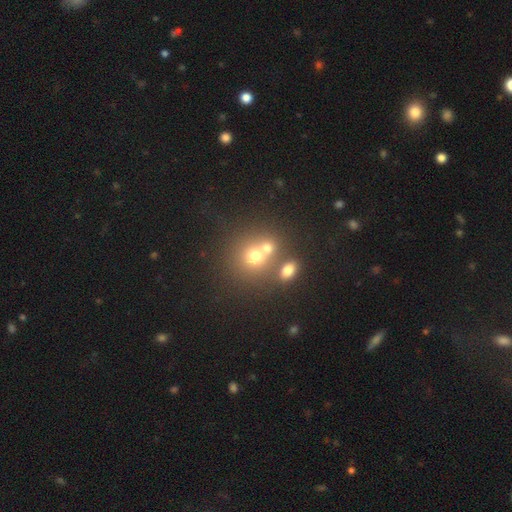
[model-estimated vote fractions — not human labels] Morphology: type=smooth (67%); roundness=round (80%); merging=merger (48%).